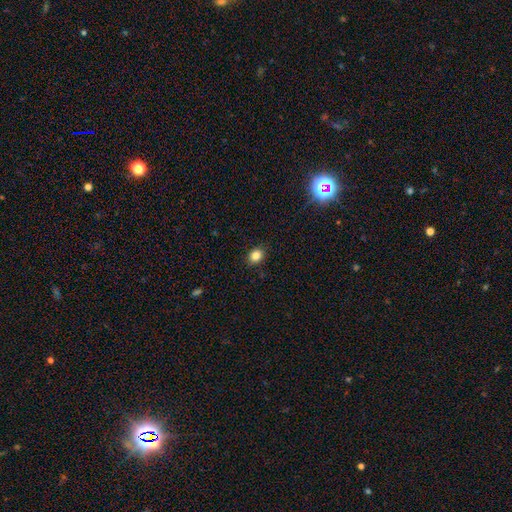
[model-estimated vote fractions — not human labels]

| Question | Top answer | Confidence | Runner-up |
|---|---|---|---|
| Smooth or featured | smooth | 83% | star or artifact (12%) |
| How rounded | round | 51% | in between (48%) |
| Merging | none | 89% | minor disturbance (8%) |